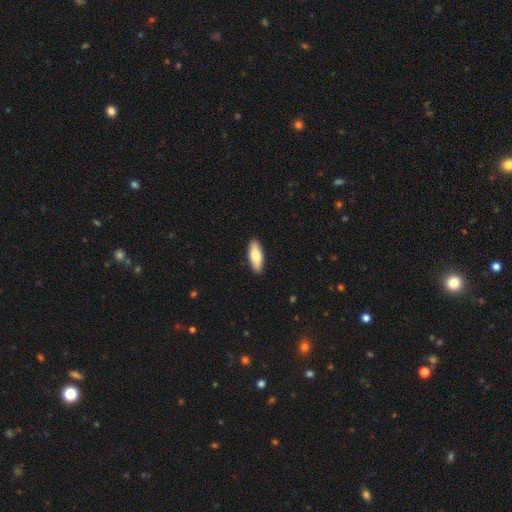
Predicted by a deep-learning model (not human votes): Smooth or featured? Predicted: smooth (p=0.76). How rounded? Predicted: in between (p=0.75). Merging? Predicted: none (p=0.89).